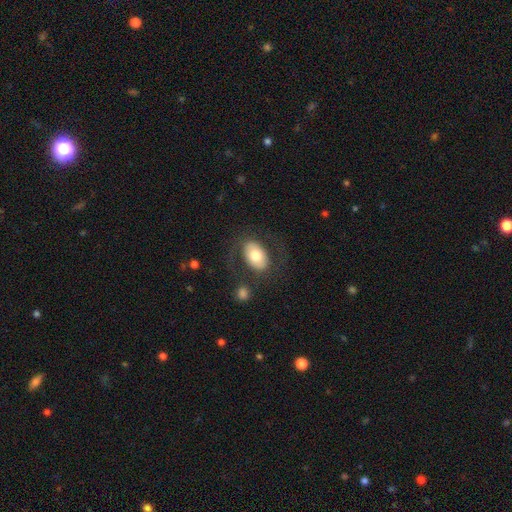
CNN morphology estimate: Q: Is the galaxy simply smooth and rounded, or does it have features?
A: smooth — 65%.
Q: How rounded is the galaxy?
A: in between — 87%.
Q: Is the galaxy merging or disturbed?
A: none — 73%.